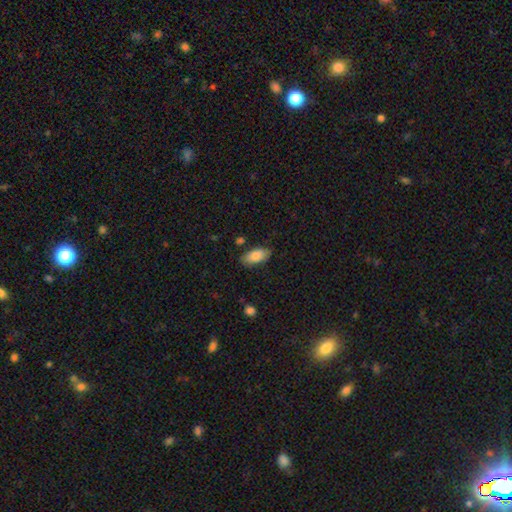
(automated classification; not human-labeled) Smooth or featured? Predicted: smooth (p=0.84). How rounded? Predicted: in between (p=0.92). Merging? Predicted: none (p=0.81).